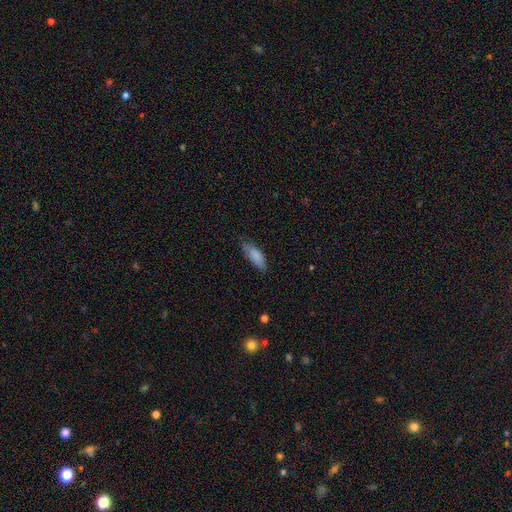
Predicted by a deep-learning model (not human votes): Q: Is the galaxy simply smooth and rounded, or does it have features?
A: smooth — 85%.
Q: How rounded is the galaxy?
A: in between — 67%.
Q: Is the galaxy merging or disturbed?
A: none — 73%.